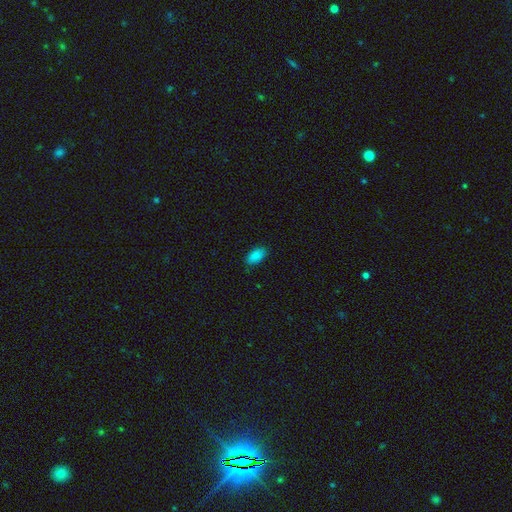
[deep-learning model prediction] smooth-or-featured: smooth: 88% | star or artifact: 9% | featured or disk: 3%
  how-rounded: in between: 93% | cigar-shaped: 4% | round: 3%
  merging: none: 84% | minor disturbance: 12% | major disturbance: 2% | merger: 1%